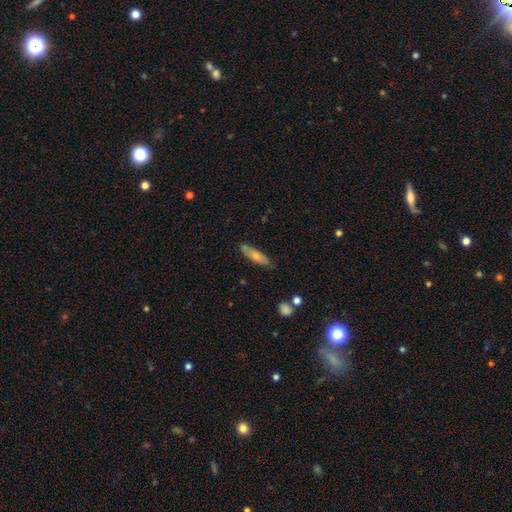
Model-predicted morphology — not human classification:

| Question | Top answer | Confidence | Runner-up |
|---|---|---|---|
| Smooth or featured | smooth | 64% | featured or disk (30%) |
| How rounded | cigar-shaped | 57% | in between (41%) |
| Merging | none | 73% | minor disturbance (19%) |